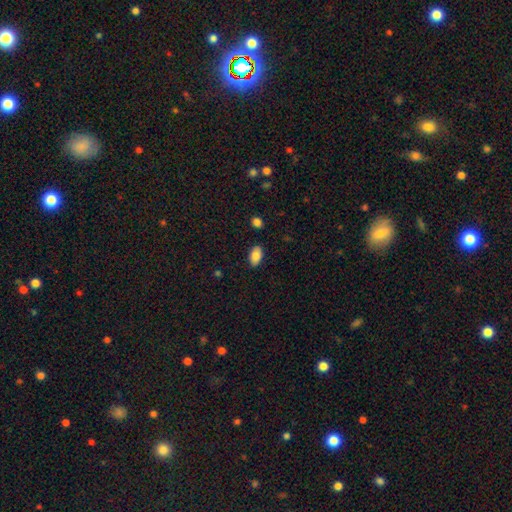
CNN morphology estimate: A smooth galaxy with no disk features (84%) that is in between round and cigar-shaped (93%). Merging: none (87%).